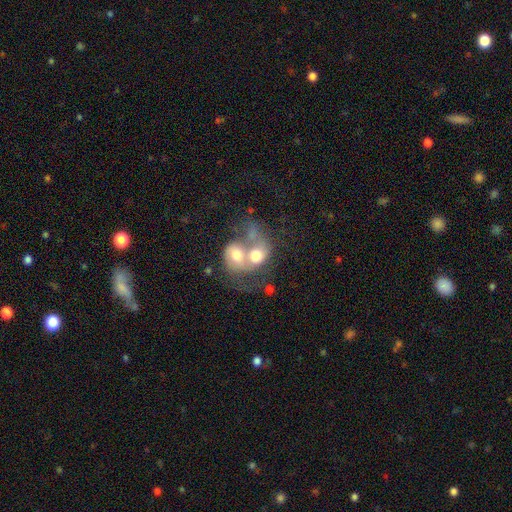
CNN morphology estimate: Overall: smooth (49%; featured or disk 42%). Merging: merger (79%).